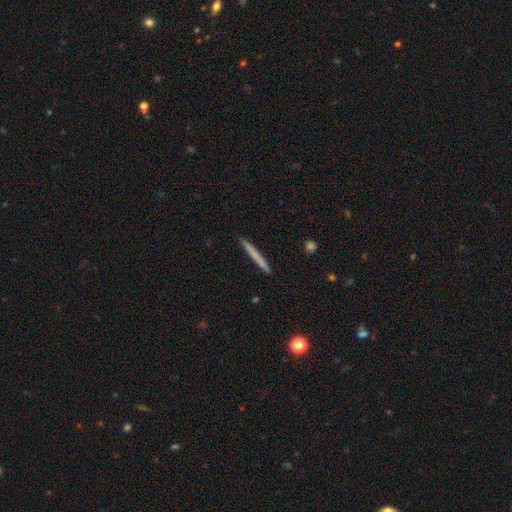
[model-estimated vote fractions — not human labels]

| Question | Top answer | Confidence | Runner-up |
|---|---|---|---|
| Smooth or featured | smooth | 65% | featured or disk (29%) |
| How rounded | cigar-shaped | 97% | in between (2%) |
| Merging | none | 92% | minor disturbance (6%) |